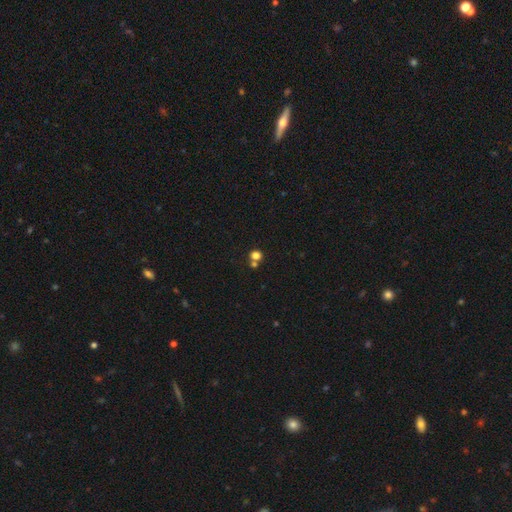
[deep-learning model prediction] Smooth or featured? smooth (76%)
How rounded? round (80%)
Merging? none (58%)